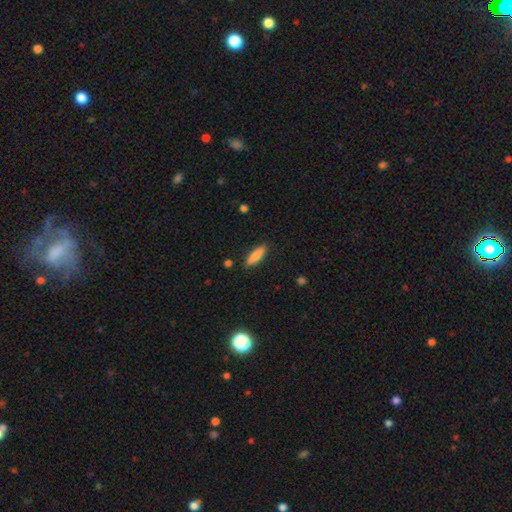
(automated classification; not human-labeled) Morphology: type=smooth (80%); roundness=cigar-shaped (63%); merging=none (87%).